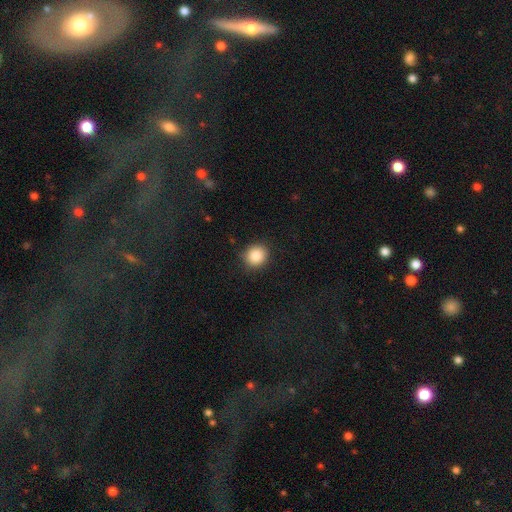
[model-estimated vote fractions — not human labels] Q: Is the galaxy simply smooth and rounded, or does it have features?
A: smooth — 87%.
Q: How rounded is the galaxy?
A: round — 85%.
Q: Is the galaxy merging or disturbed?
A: none — 87%.